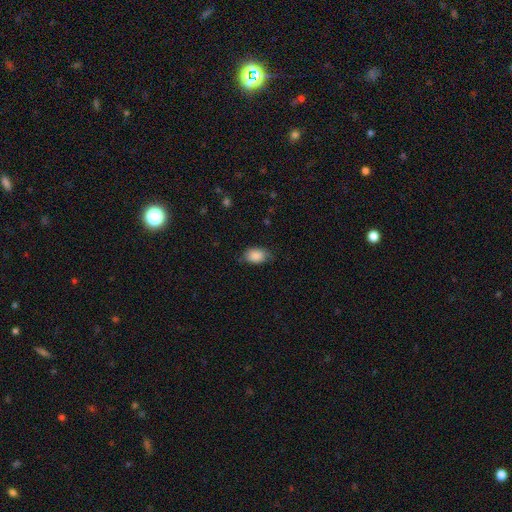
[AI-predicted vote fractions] smooth_or_featured: smooth (p=0.88) [alt: star or artifact p=0.07]
how_rounded: in between (p=0.84) [alt: round p=0.14]
merging: none (p=0.69) [alt: minor disturbance p=0.25]